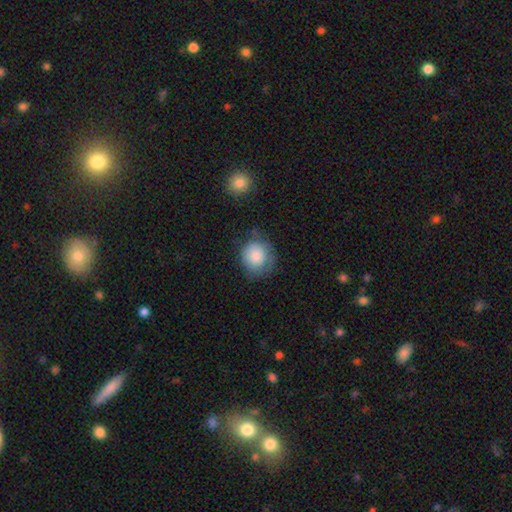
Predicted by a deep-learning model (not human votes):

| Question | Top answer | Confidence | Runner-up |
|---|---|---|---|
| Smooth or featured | smooth | 80% | featured or disk (13%) |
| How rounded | round | 84% | in between (15%) |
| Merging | none | 61% | minor disturbance (27%) |